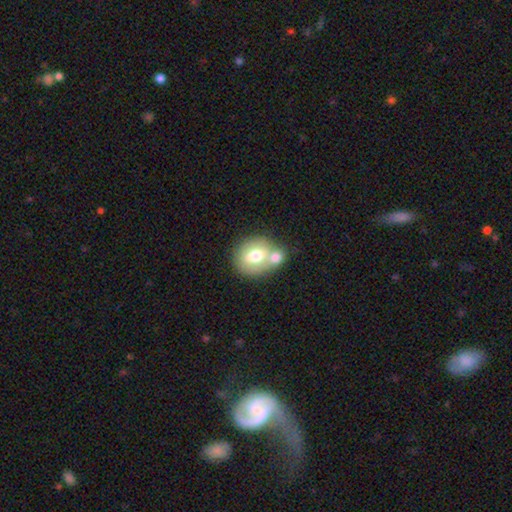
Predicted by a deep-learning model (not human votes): smooth-or-featured: smooth: 66% | featured or disk: 26% | star or artifact: 7%
  how-rounded: round: 61% | in between: 37% | cigar-shaped: 1%
  merging: merger: 45% | none: 40% | minor disturbance: 10% | major disturbance: 4%